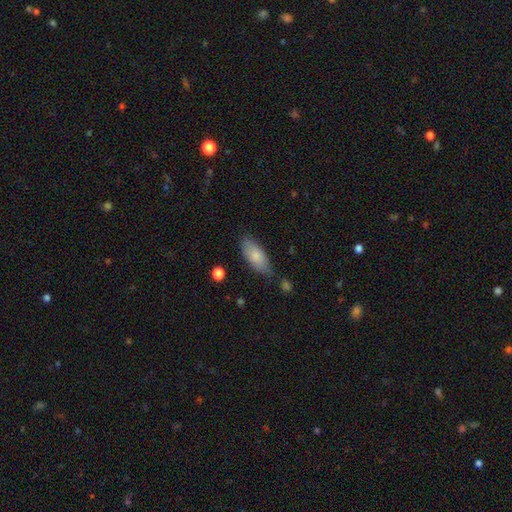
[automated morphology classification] This is clearly a smooth galaxy (82%). How rounded: clearly in between (83%). Merging: likely none (71%).